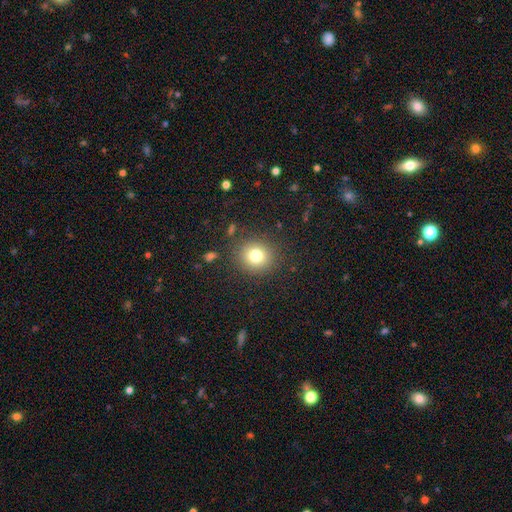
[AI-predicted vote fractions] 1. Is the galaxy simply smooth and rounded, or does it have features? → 78% smooth, 13% star or artifact, 9% featured or disk.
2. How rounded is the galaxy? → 85% round, 14% in between, 1% cigar-shaped.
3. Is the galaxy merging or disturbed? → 87% none, 8% minor disturbance, 4% major disturbance, 2% merger.